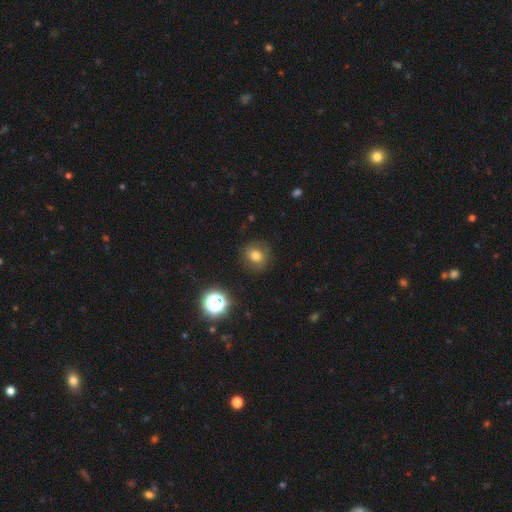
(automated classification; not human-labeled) Smooth or featured: smooth — 73% (star or artifact — 17%)
How rounded: round — 85% (in between — 14%)
Merging: none — 84% (minor disturbance — 11%)